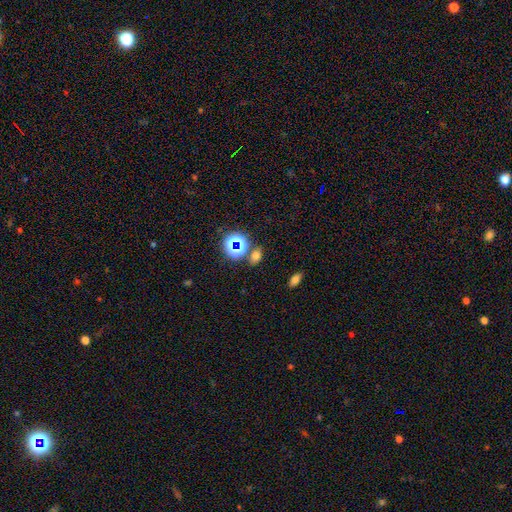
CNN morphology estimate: Overall: smooth (59%; star or artifact 32%). How rounded: in between (63%; round 34%). Merging: none (72%).